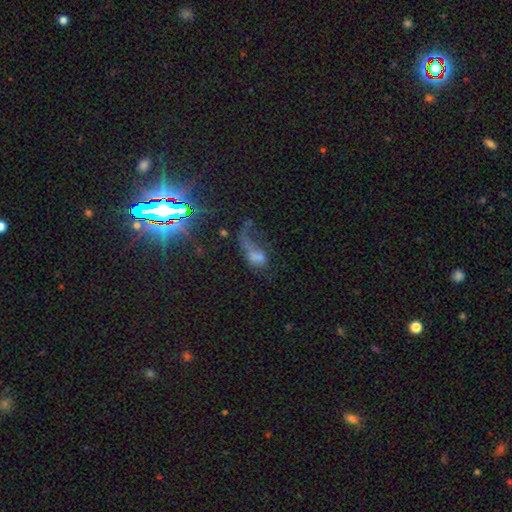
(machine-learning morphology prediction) A smooth galaxy with no disk features (42%).

Vote fractions:
- Smooth or featured? smooth: 42% / featured or disk: 36% / star or artifact: 22%
- Merging? major disturbance: 54% / none: 17% / merger: 16% / minor disturbance: 12%